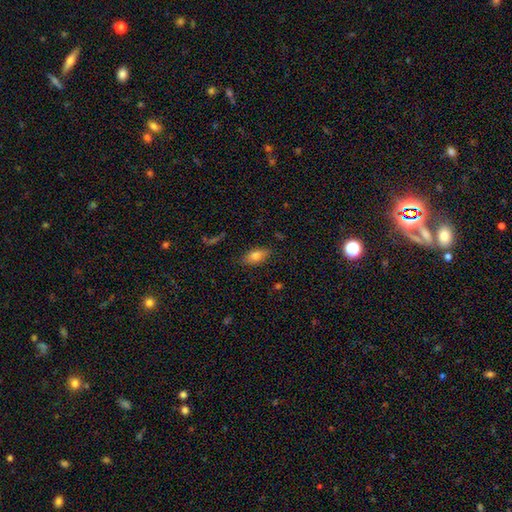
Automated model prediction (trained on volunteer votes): Smooth or featured? smooth (76%)
How rounded? in between (85%)
Merging? none (79%)